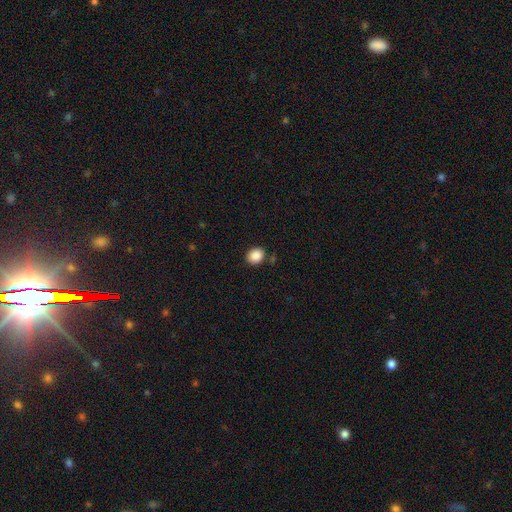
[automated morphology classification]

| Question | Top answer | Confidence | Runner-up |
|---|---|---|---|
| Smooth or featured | smooth | 88% | star or artifact (9%) |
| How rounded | round | 64% | in between (36%) |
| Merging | none | 85% | minor disturbance (9%) |